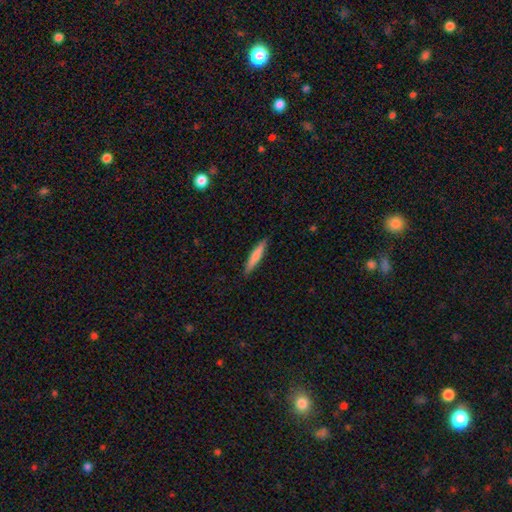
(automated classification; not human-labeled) smooth 73%, featured or disk 21%, star or artifact 5%. Down the decision tree: how rounded — cigar-shaped (91%); merging — none (89%).